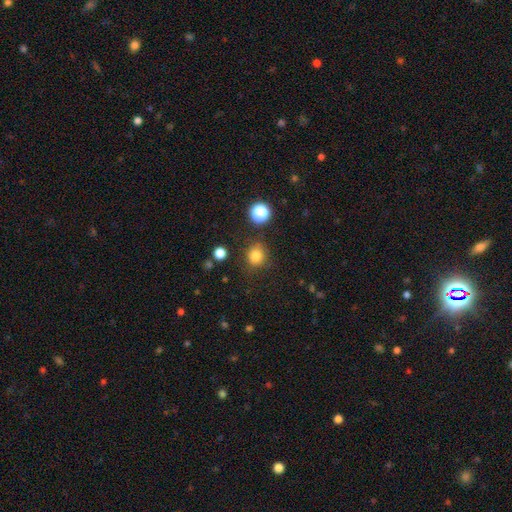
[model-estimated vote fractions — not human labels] A smooth galaxy with no disk features (81%) that is round (86%).

Vote fractions:
- Smooth or featured? smooth: 81% / star or artifact: 14% / featured or disk: 5%
- How rounded? round: 86% / in between: 13% / cigar-shaped: 1%
- Merging? none: 83% / minor disturbance: 10% / major disturbance: 4% / merger: 3%